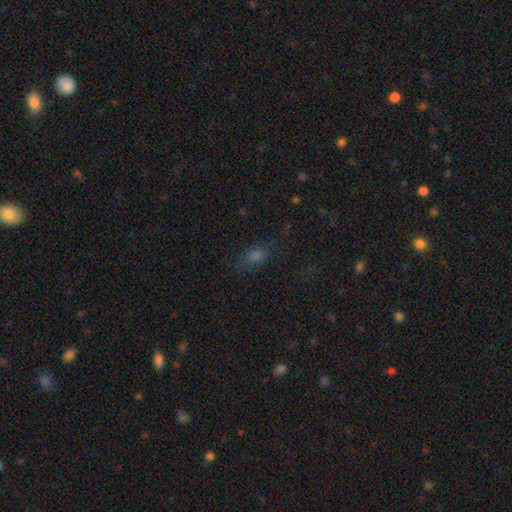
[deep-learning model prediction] smooth-or-featured: smooth: 55% | star or artifact: 31% | featured or disk: 14%
  how-rounded: in between: 72% | round: 15% | cigar-shaped: 13%
  merging: none: 67% | minor disturbance: 19% | major disturbance: 12% | merger: 3%